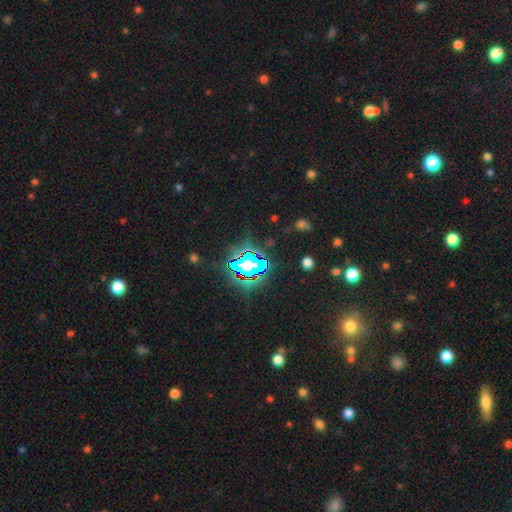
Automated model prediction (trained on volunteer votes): smooth-or-featured: star or artifact: 81% | smooth: 12% | featured or disk: 7%